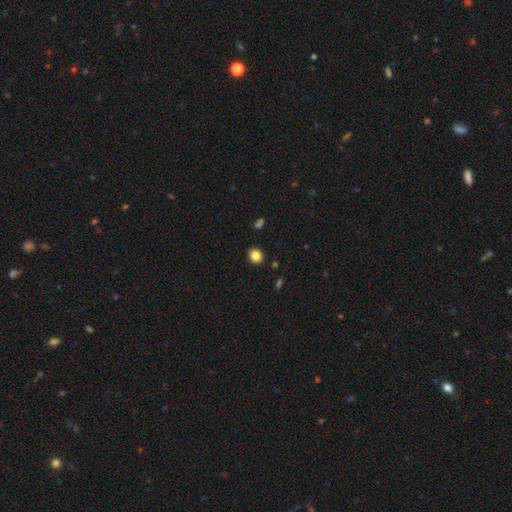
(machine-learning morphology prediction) This appears to be a smooth galaxy with no disk features (84%) that is round (71%). Merging: none (90%).